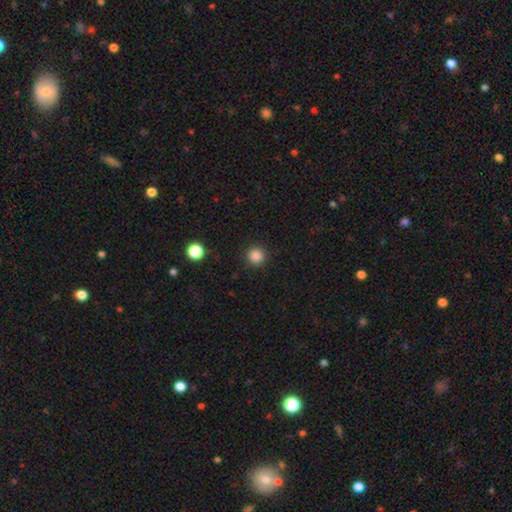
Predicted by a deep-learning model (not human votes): Smooth or featured? smooth (85%)
How rounded? round (95%)
Merging? none (91%)